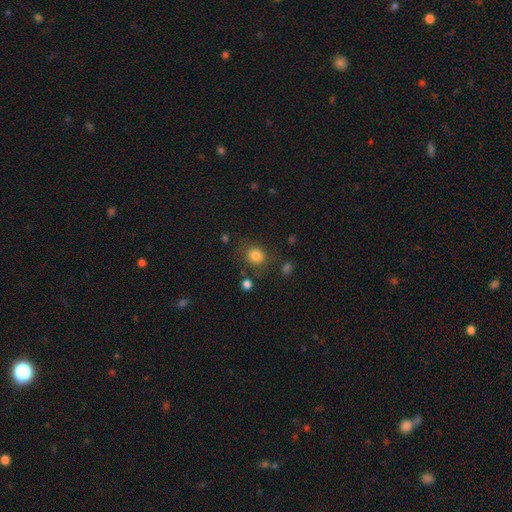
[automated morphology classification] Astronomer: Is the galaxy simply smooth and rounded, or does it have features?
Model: smooth — 82%.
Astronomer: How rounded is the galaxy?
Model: round — 74%.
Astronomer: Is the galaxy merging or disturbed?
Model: none — 77%.